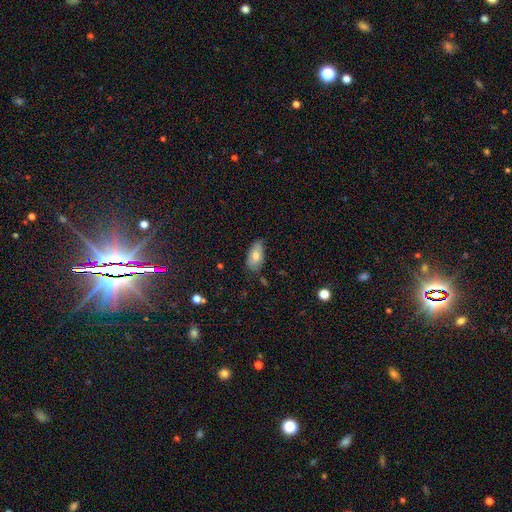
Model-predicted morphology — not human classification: smooth 72%, featured or disk 19%, star or artifact 8%. Down the decision tree: how rounded — in between (91%); merging — none (68%).